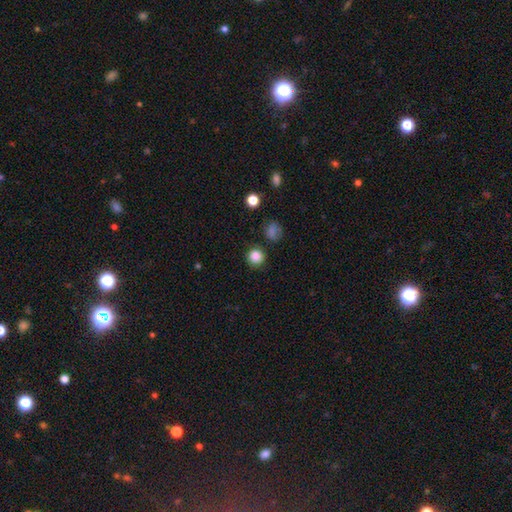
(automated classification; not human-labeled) A smooth galaxy with no disk features (85%) that is round (93%). Merging: none (87%).